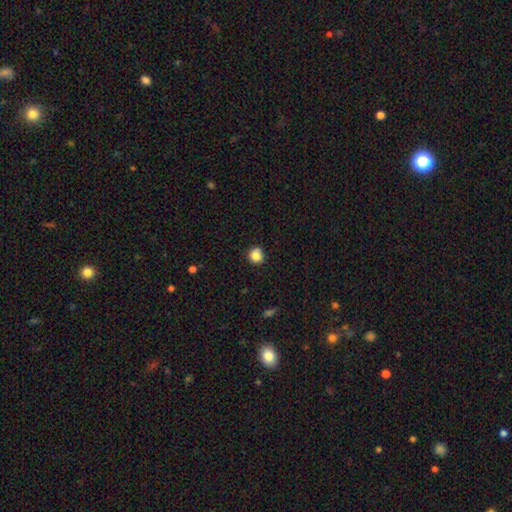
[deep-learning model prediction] smooth 86%, star or artifact 10%, featured or disk 4%. Down the decision tree: how rounded — round (88%); merging — none (85%).